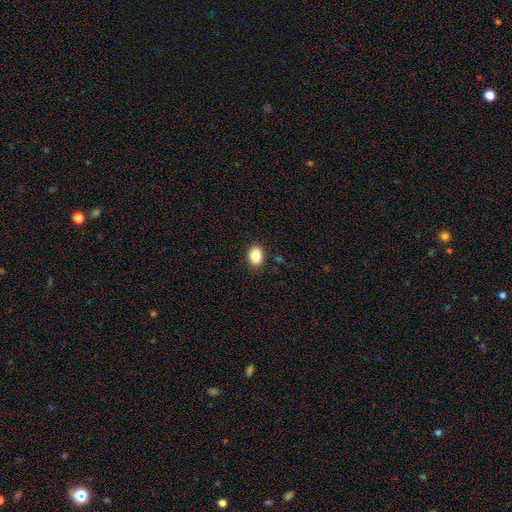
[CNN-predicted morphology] smooth 86%, star or artifact 9%, featured or disk 5%. Down the decision tree: how rounded — in between (70%); merging — none (89%).